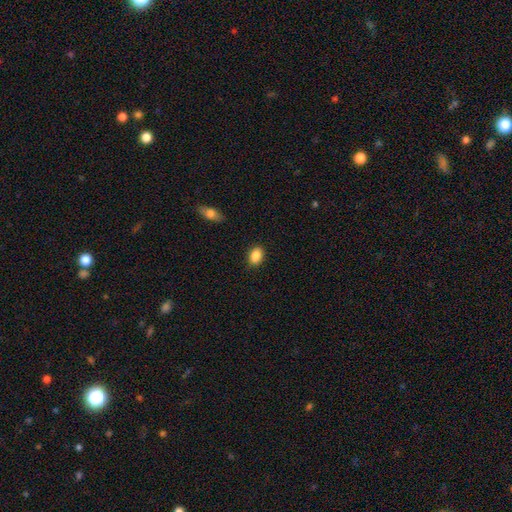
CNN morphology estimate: smooth_or_featured: smooth (p=0.87) [alt: star or artifact p=0.08]
how_rounded: in between (p=0.81) [alt: round p=0.17]
merging: none (p=0.89) [alt: minor disturbance p=0.08]